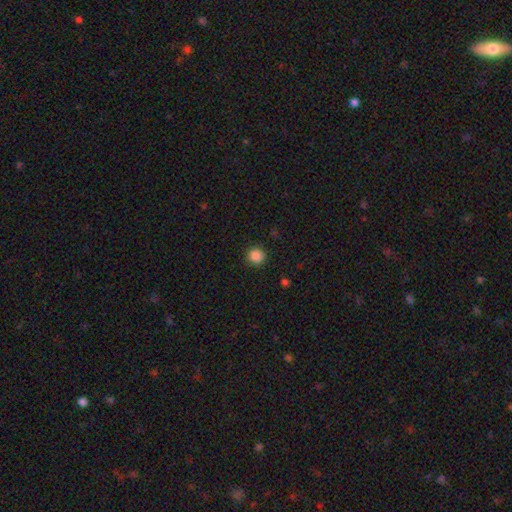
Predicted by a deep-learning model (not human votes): Smooth or featured: smooth — 86% (star or artifact — 11%)
How rounded: round — 94% (in between — 5%)
Merging: none — 91% (minor disturbance — 6%)